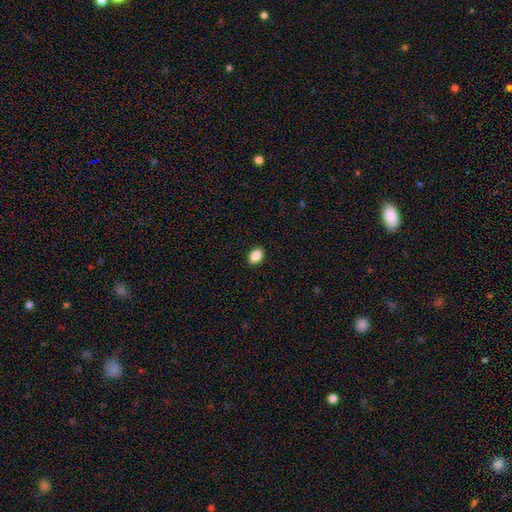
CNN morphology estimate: smooth 88%, star or artifact 8%, featured or disk 4%. Down the decision tree: how rounded — in between (81%); merging — none (90%).